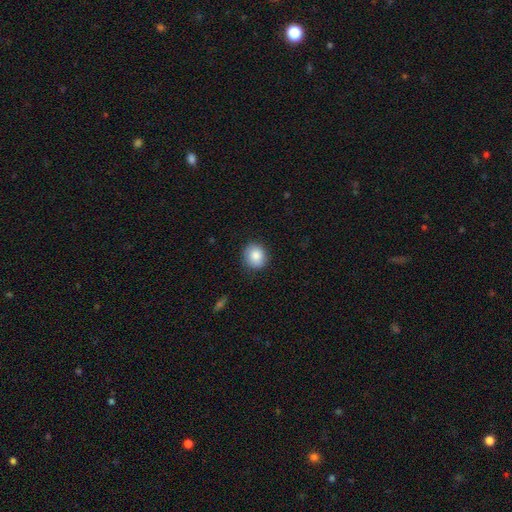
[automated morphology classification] Q: Smooth or featured?
A: smooth (87%); runner-up: star or artifact (8%)
Q: How rounded?
A: round (80%); runner-up: in between (19%)
Q: Merging?
A: none (86%); runner-up: minor disturbance (10%)